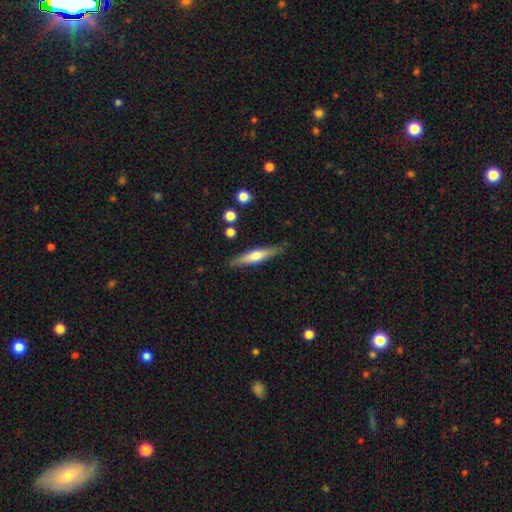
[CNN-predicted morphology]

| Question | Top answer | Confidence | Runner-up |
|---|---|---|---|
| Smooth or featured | featured or disk | 55% | smooth (39%) |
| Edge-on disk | yes | 95% | no (5%) |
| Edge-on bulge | rounded | 82% | boxy (9%) |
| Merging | none | 86% | minor disturbance (10%) |